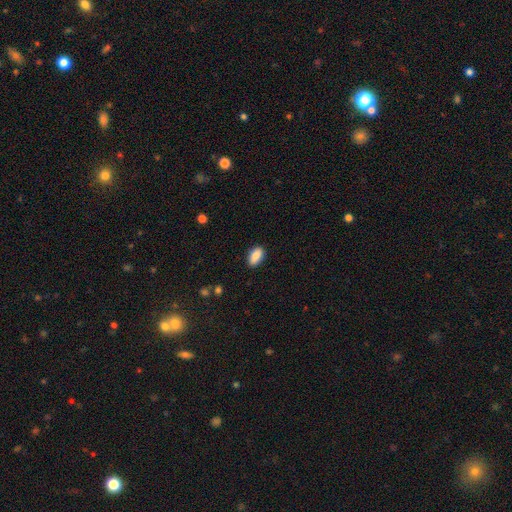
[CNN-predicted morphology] Smooth or featured: smooth — 87% (star or artifact — 7%)
How rounded: in between — 92% (round — 4%)
Merging: none — 86% (minor disturbance — 10%)